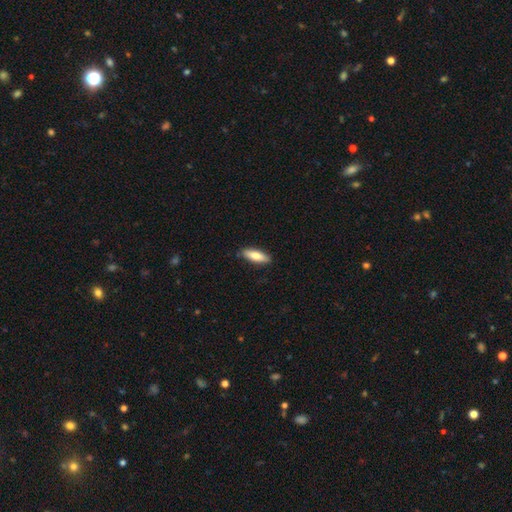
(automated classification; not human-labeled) smooth-or-featured: smooth: 75% | featured or disk: 19% | star or artifact: 6%
  how-rounded: in between: 54% | cigar-shaped: 45% | round: 2%
  merging: none: 87% | minor disturbance: 10% | major disturbance: 2% | merger: 1%